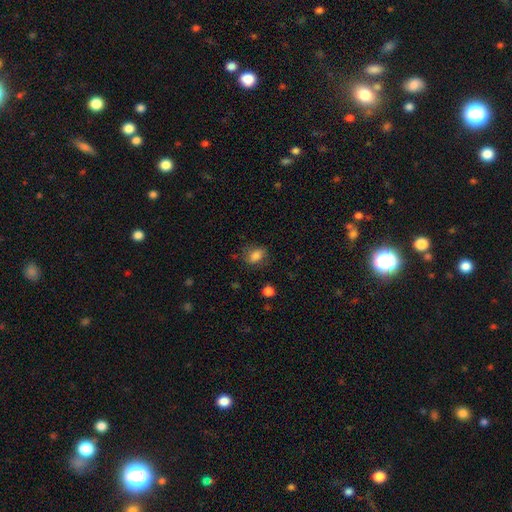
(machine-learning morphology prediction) A smooth galaxy with no disk features (81%) that is in between round and cigar-shaped (72%). Merging: none (71%).